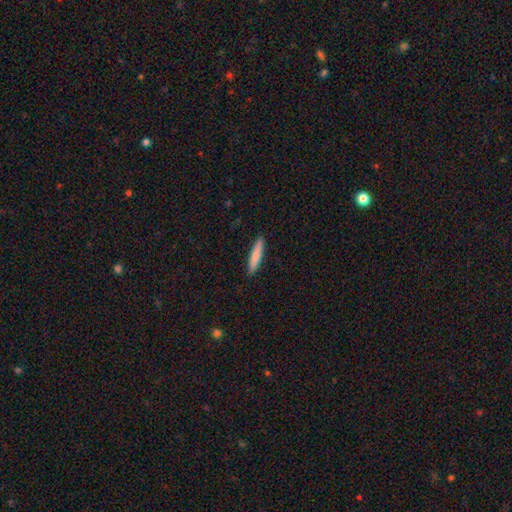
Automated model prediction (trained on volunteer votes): smooth 82%, featured or disk 13%, star or artifact 5%. Down the decision tree: how rounded — cigar-shaped (89%); merging — none (90%).